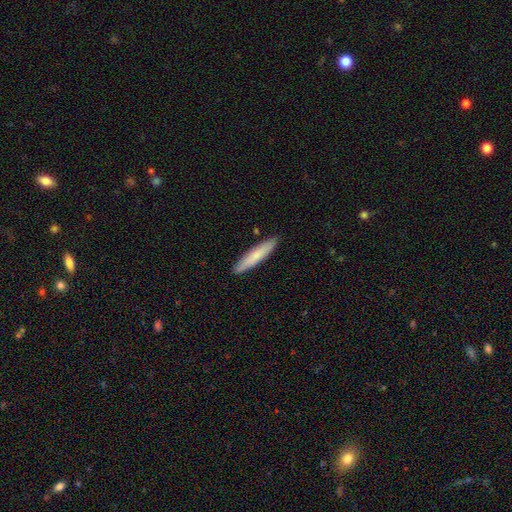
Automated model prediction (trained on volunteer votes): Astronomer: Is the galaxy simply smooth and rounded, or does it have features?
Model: smooth — 74%.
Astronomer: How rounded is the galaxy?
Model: cigar-shaped — 90%.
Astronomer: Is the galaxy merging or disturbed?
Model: none — 90%.